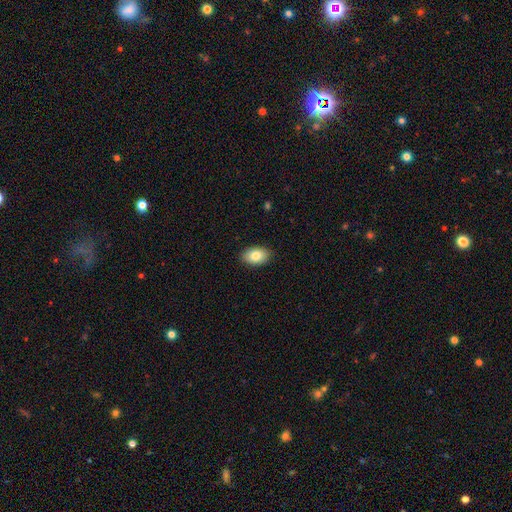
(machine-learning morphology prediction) smooth 83%, featured or disk 10%, star or artifact 7%. Down the decision tree: how rounded — in between (88%); merging — none (89%).